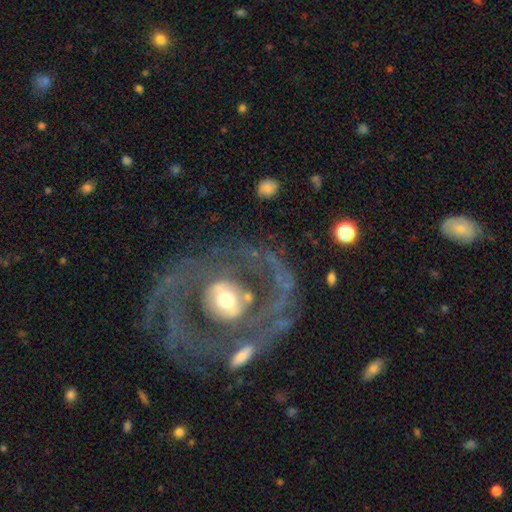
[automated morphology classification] type=featured or disk (80%); edge-on=no (96%); bar=no (66%); spiral arms=yes (68%); winding=tight (46%); arm count=2 (57%); bulge=moderate (62%); merging=none (68%).